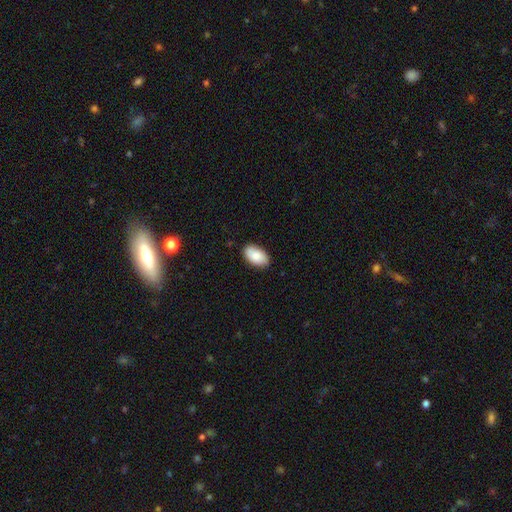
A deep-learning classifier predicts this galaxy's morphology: smooth 85%, featured or disk 9%, star or artifact 6%. Down the decision tree: how rounded — in between (94%); merging — none (85%).